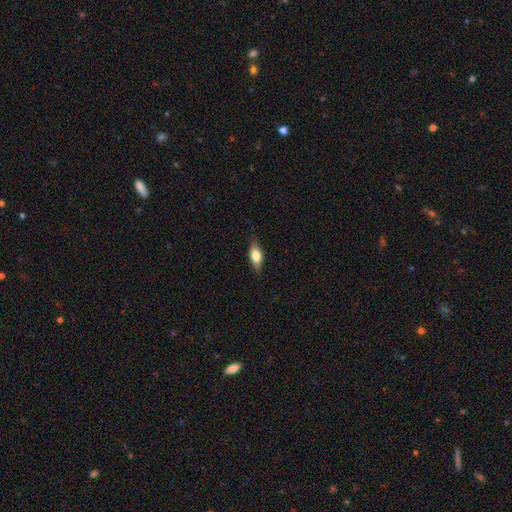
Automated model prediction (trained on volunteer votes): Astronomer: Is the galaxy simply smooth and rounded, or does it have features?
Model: smooth — 67%.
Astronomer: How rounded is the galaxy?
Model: in between — 75%.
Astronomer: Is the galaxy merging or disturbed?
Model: none — 83%.